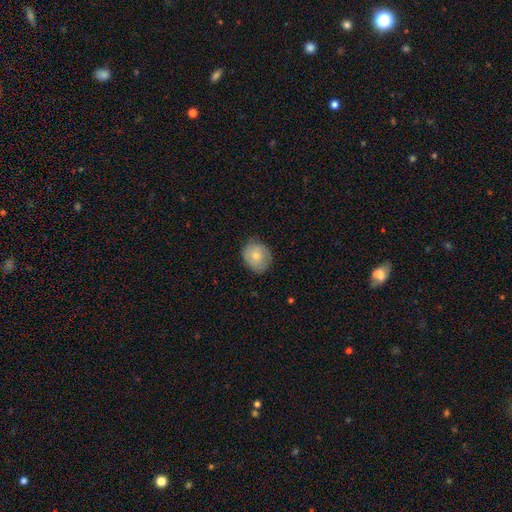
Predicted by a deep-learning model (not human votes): The model was most divided on "how rounded": round: 64%, in between: 35%, cigar-shaped: 1%. More confident: merging — none (75%); smooth or featured — smooth (74%).